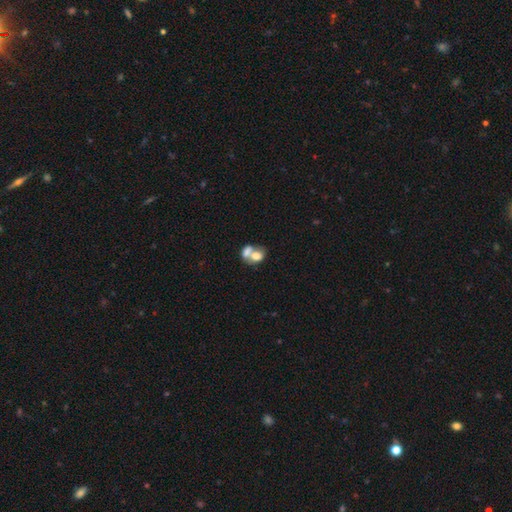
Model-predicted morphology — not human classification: Q: Smooth or featured?
A: smooth (66%); runner-up: featured or disk (25%)
Q: How rounded?
A: in between (64%); runner-up: round (35%)
Q: Merging?
A: merger (70%); runner-up: none (18%)